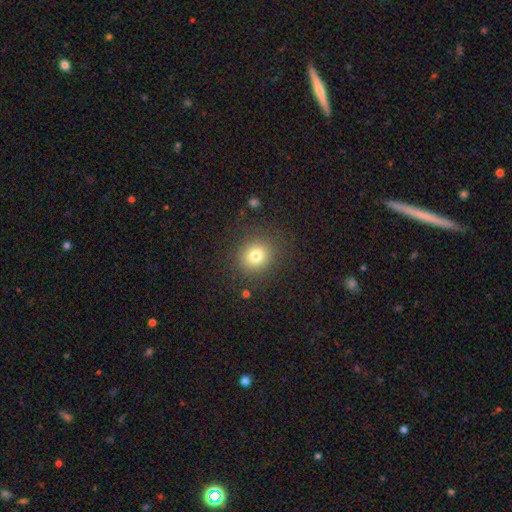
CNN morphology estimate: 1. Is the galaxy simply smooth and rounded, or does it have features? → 77% smooth, 14% star or artifact, 9% featured or disk.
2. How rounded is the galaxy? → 85% round, 14% in between, 1% cigar-shaped.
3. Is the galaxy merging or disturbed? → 87% none, 8% minor disturbance, 4% major disturbance, 1% merger.